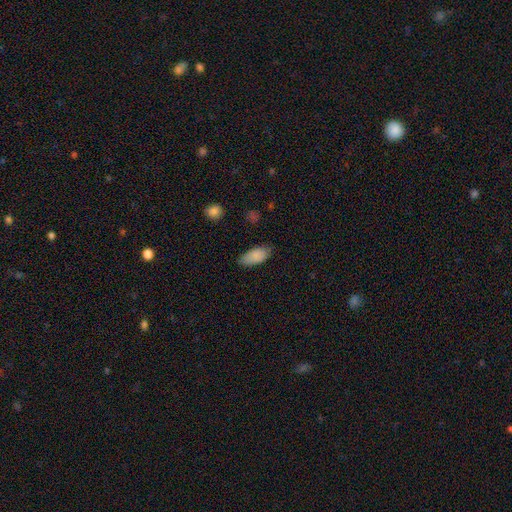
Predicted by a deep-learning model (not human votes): Smooth or featured?
  - smooth: 87% *
  - star or artifact: 7%
  - featured or disk: 6%
How rounded?
  - in between: 90% *
  - cigar-shaped: 8%
  - round: 2%
Merging?
  - none: 75% *
  - minor disturbance: 20%
  - major disturbance: 4%
  - merger: 1%